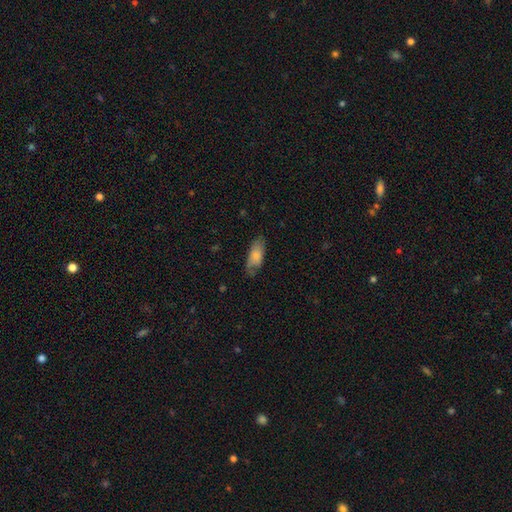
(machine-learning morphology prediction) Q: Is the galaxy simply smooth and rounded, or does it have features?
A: smooth — 76%.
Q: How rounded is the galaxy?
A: in between — 81%.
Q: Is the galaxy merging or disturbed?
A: none — 67%.